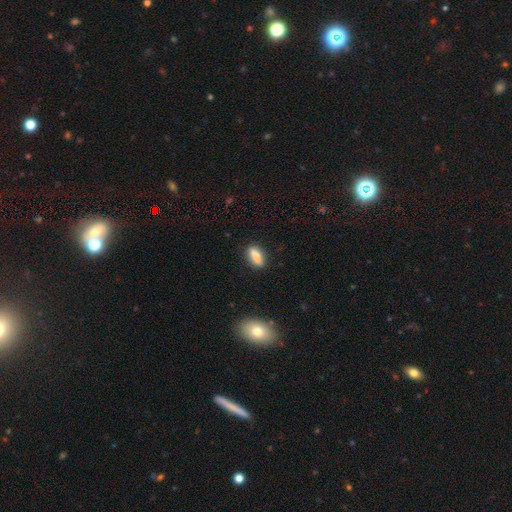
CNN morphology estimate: Smooth or featured?
  - smooth: 77% *
  - featured or disk: 15%
  - star or artifact: 7%
How rounded?
  - in between: 62% *
  - cigar-shaped: 34%
  - round: 4%
Merging?
  - none: 84% *
  - minor disturbance: 11%
  - major disturbance: 3%
  - merger: 2%